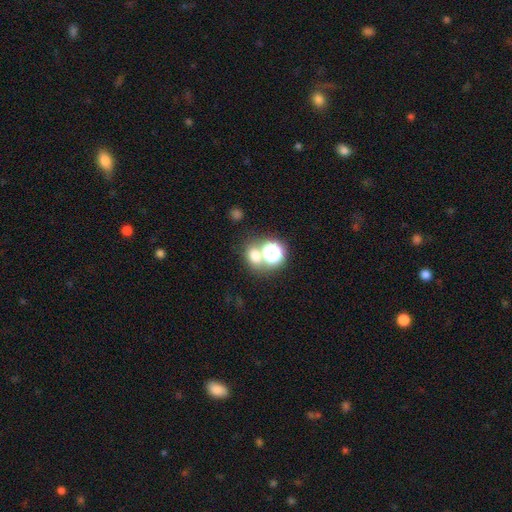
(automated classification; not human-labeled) smooth 65%, star or artifact 26%, featured or disk 9%. Down the decision tree: how rounded — round (68%); merging — none (55%).